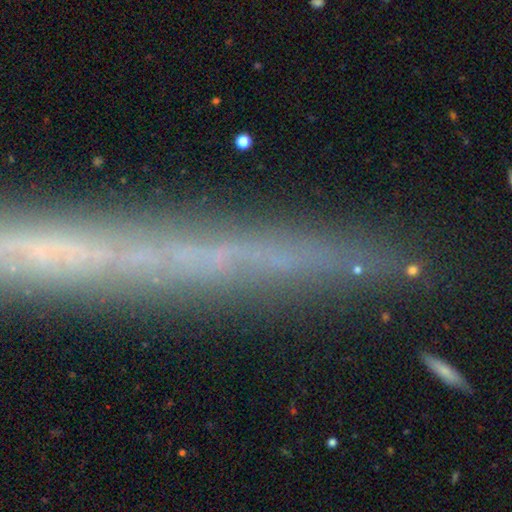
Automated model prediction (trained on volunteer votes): smooth_or_featured: featured or disk (p=0.45) [alt: smooth p=0.31]
merging: none (p=0.80) [alt: minor disturbance p=0.12]